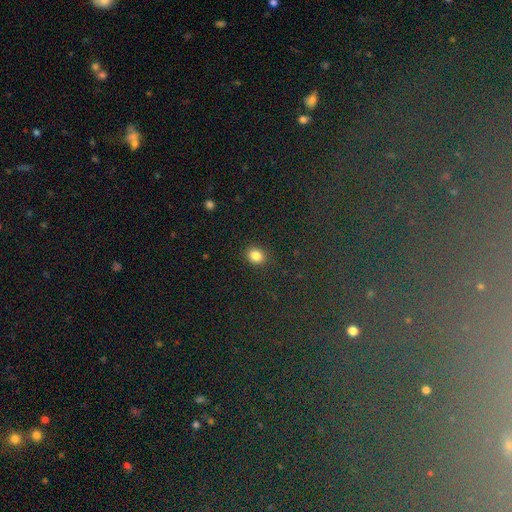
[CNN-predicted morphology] Smooth or featured?
  - smooth: 85% *
  - star or artifact: 11%
  - featured or disk: 5%
How rounded?
  - round: 54% *
  - in between: 45%
  - cigar-shaped: 1%
Merging?
  - none: 88% *
  - minor disturbance: 9%
  - major disturbance: 3%
  - merger: 1%